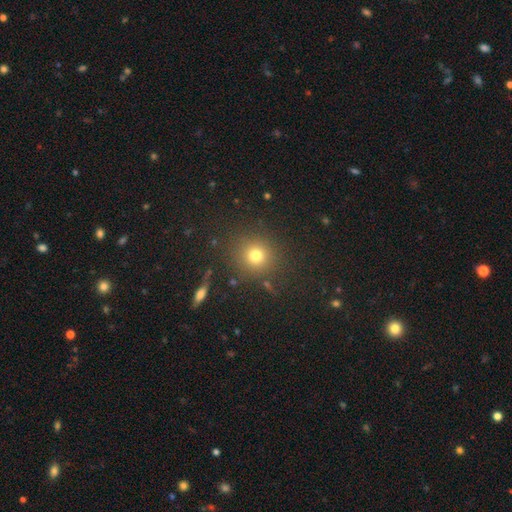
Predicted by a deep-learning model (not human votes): Smooth or featured?
  - smooth: 75% *
  - star or artifact: 17%
  - featured or disk: 8%
How rounded?
  - round: 91% *
  - in between: 8%
  - cigar-shaped: 1%
Merging?
  - none: 86% *
  - minor disturbance: 8%
  - major disturbance: 4%
  - merger: 3%